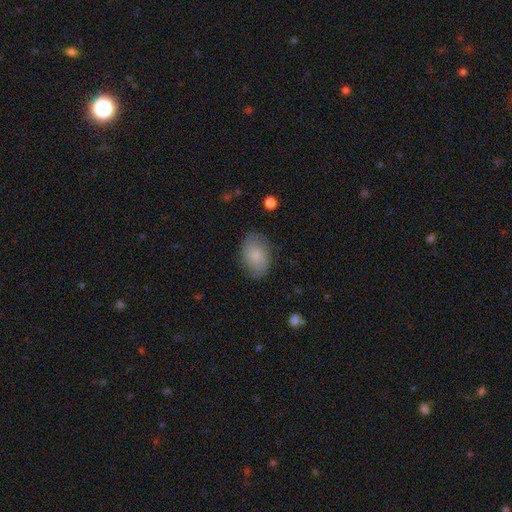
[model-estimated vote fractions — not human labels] The model was most divided on "smooth or featured": smooth: 69%, featured or disk: 23%, star or artifact: 8%. More confident: how rounded — in between (85%); merging — none (79%).